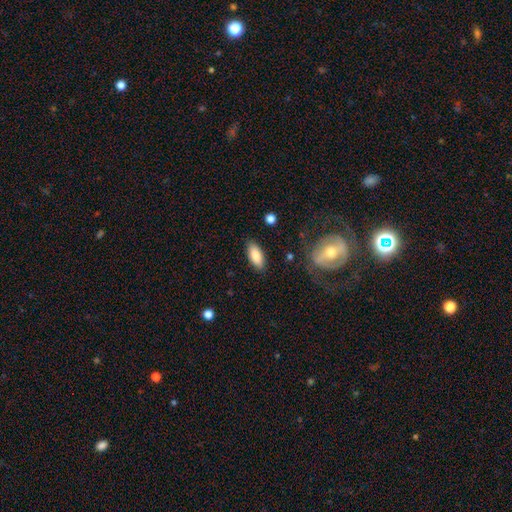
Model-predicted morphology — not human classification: This appears to be a smooth galaxy with no disk features (86%) that is in between round and cigar-shaped (84%). Merging: none (86%).